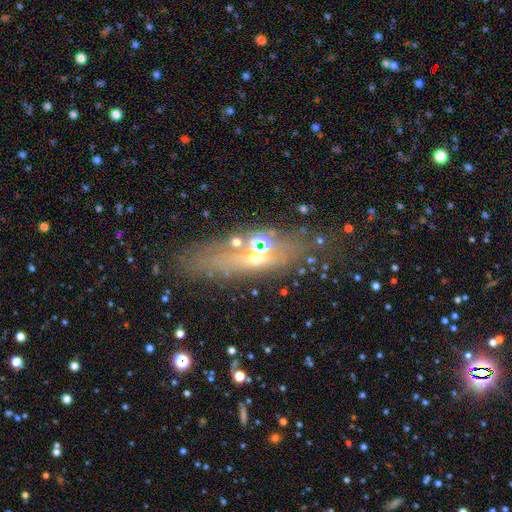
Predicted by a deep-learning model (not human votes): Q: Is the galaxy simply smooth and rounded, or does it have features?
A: featured or disk — 39%.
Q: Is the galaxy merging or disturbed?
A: none — 66%.